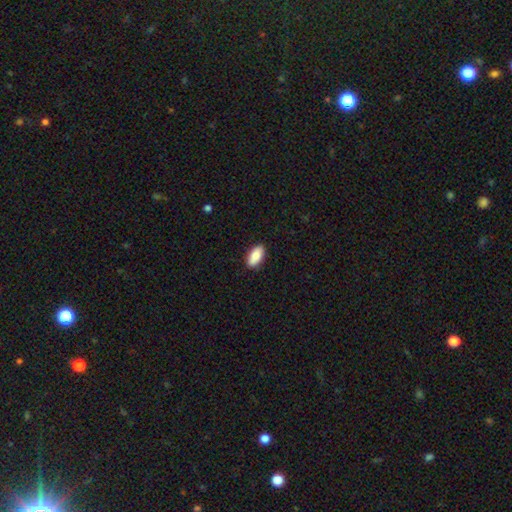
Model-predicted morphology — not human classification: Smooth or featured? smooth (84%)
How rounded? in between (91%)
Merging? none (88%)